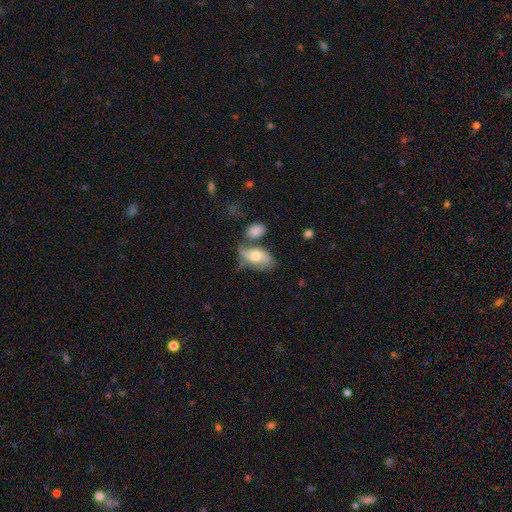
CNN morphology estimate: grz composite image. It shows a smooth galaxy with no disk features (56%) that is in between round and cigar-shaped (91%). Merging: none (39%).